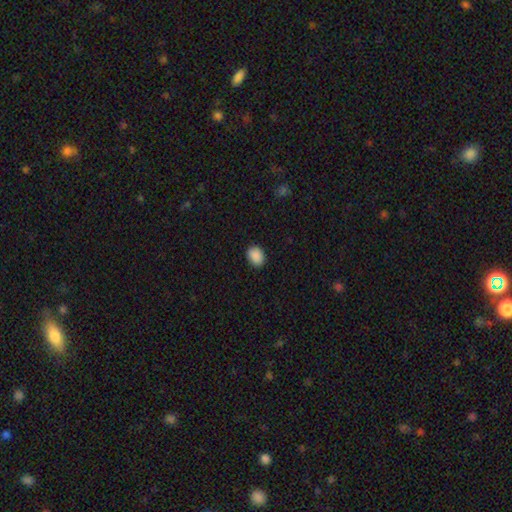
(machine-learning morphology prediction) Smooth or featured? Predicted: smooth (p=0.89). How rounded? Predicted: in between (p=0.62). Merging? Predicted: none (p=0.88).